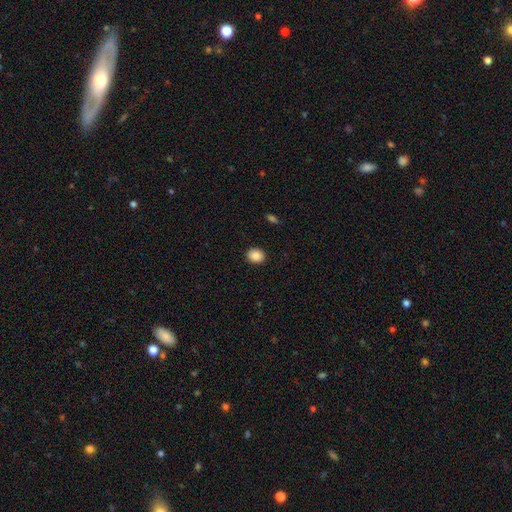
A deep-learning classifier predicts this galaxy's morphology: Smooth or featured? Predicted: smooth (p=0.88). How rounded? Predicted: round (p=0.51). Merging? Predicted: none (p=0.90).